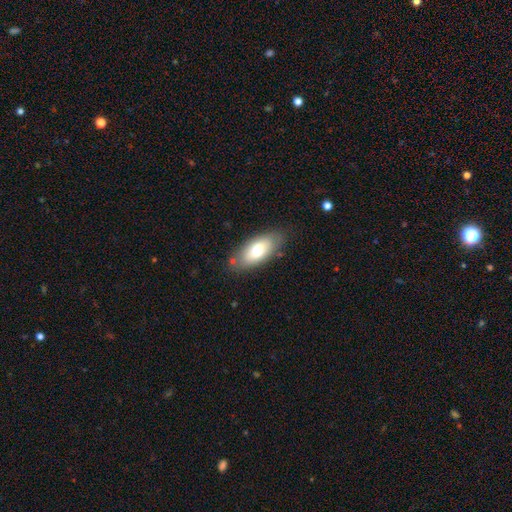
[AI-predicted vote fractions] Q: Smooth or featured?
A: smooth (70%); runner-up: featured or disk (23%)
Q: How rounded?
A: in between (88%); runner-up: cigar-shaped (9%)
Q: Merging?
A: none (78%); runner-up: minor disturbance (15%)